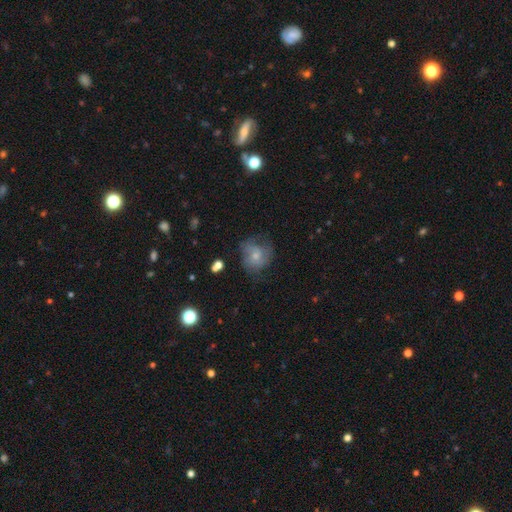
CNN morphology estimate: smooth_or_featured: smooth (p=0.58) [alt: featured or disk p=0.32]
how_rounded: round (p=0.72) [alt: in between p=0.27]
merging: none (p=0.49) [alt: minor disturbance p=0.28]